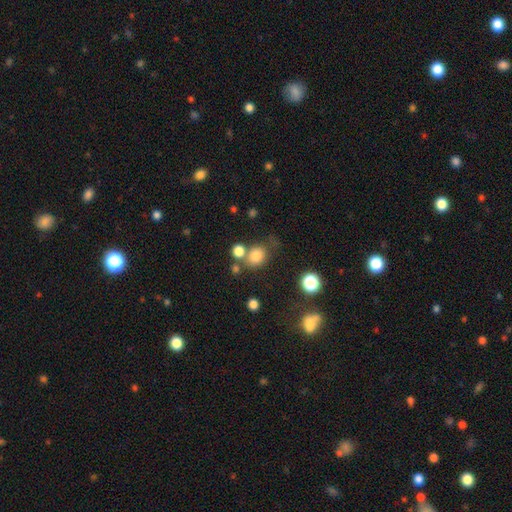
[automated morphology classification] A smooth galaxy with no disk features (79%) that is round (66%).

Vote fractions:
- Smooth or featured? smooth: 79% / star or artifact: 13% / featured or disk: 8%
- How rounded? round: 66% / in between: 33% / cigar-shaped: 1%
- Merging? none: 60% / merger: 19% / minor disturbance: 14% / major disturbance: 7%